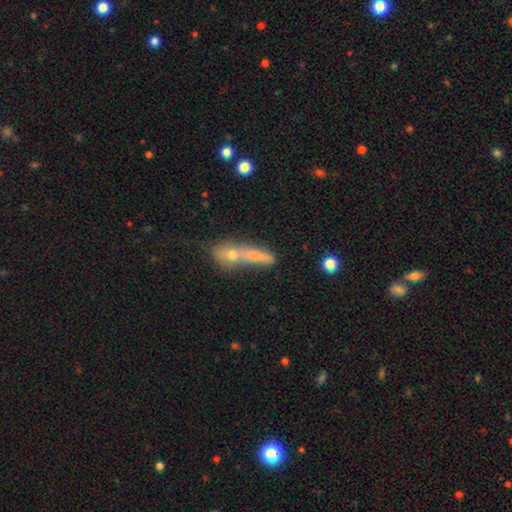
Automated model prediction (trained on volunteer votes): This appears to be a smooth galaxy with no disk features (63%) that is cigar-shaped (48%). Merging: merger (59%).